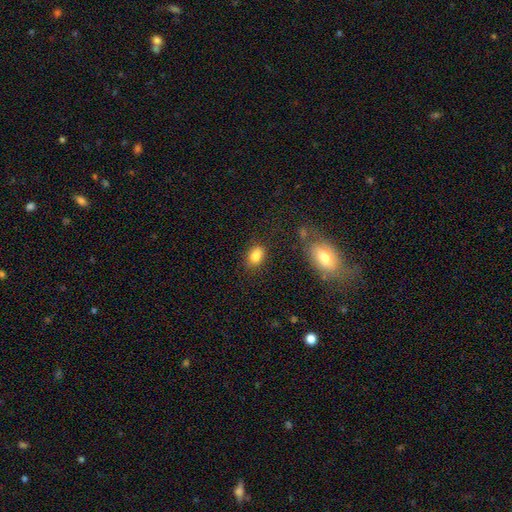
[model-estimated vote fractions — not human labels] This is clearly a smooth galaxy (83%). How rounded: clearly in between (82%). Merging: likely none (72%).